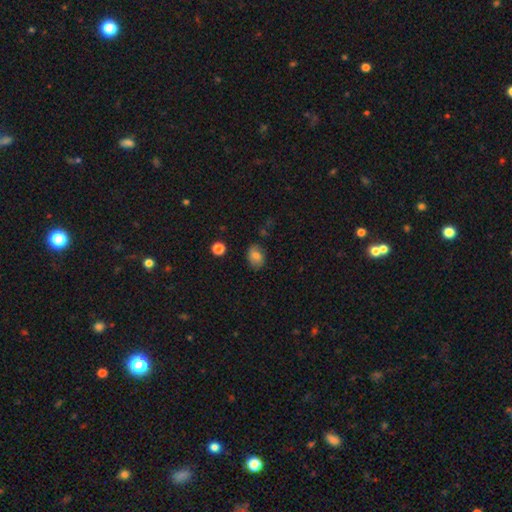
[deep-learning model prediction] A smooth galaxy with no disk features (78%) that is in between round and cigar-shaped (73%).

Vote fractions:
- Smooth or featured? smooth: 78% / featured or disk: 12% / star or artifact: 10%
- How rounded? in between: 73% / round: 26% / cigar-shaped: 1%
- Merging? none: 80% / minor disturbance: 15% / major disturbance: 3% / merger: 2%